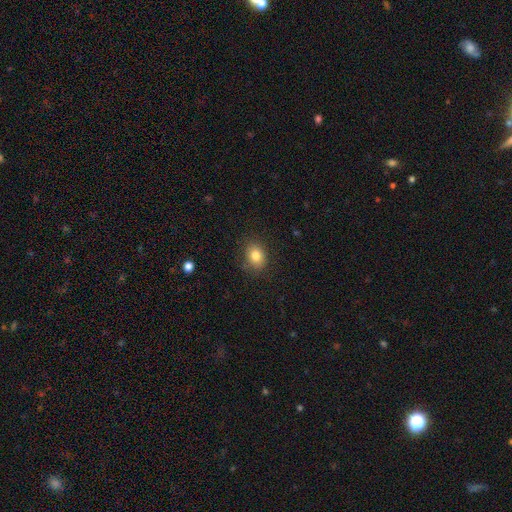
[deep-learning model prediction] This is clearly a smooth galaxy (82%). How rounded: possibly in between (53%). Merging: clearly none (83%).